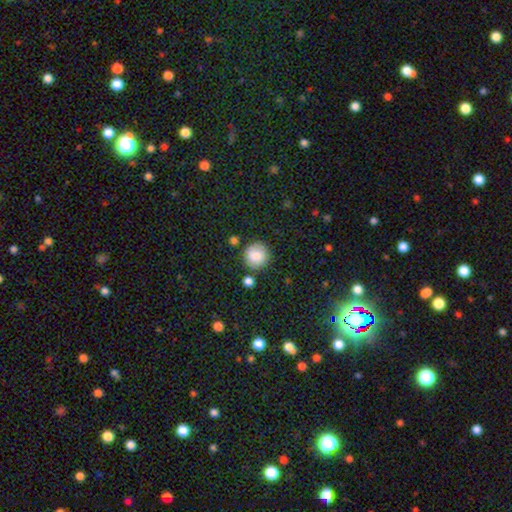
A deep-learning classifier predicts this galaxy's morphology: A smooth galaxy with no disk features (85%) that is round (92%).

Vote fractions:
- Smooth or featured? smooth: 85% / star or artifact: 9% / featured or disk: 6%
- How rounded? round: 92% / in between: 7% / cigar-shaped: 1%
- Merging? none: 81% / minor disturbance: 10% / merger: 6% / major disturbance: 3%